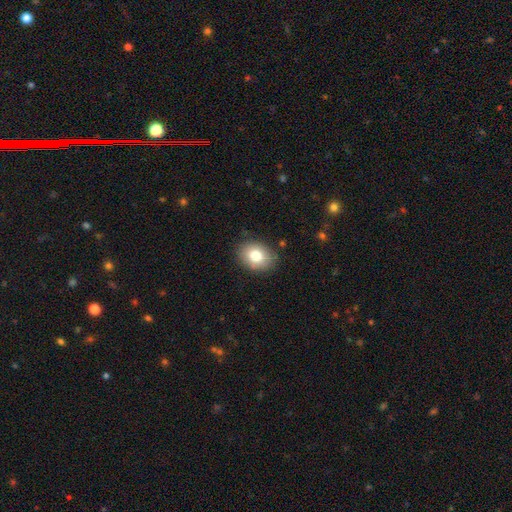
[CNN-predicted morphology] Smooth or featured: smooth — 81% (featured or disk — 11%)
How rounded: in between — 66% (round — 33%)
Merging: none — 85% (minor disturbance — 11%)